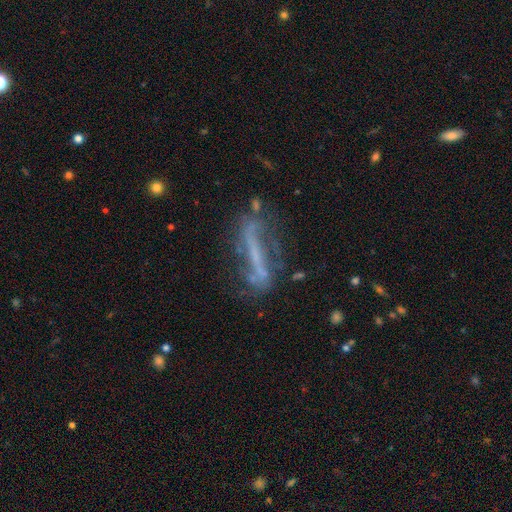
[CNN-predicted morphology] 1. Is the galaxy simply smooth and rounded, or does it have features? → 67% featured or disk, 21% smooth, 12% star or artifact.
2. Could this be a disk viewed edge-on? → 58% no, 42% yes.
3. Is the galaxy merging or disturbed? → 57% none, 22% minor disturbance, 15% major disturbance, 6% merger.